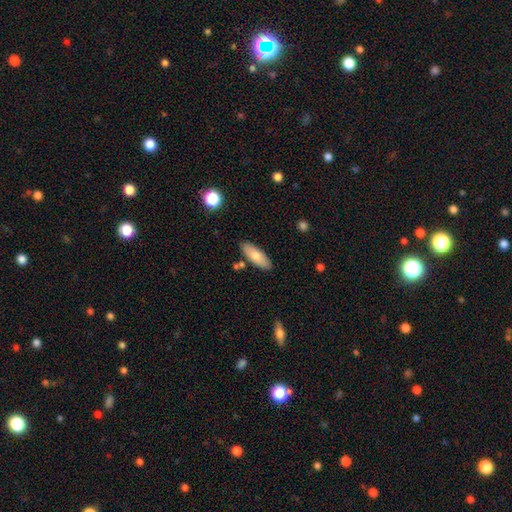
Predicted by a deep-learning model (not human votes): This is likely a smooth galaxy (75%). How rounded: likely in between (69%). Merging: clearly none (83%).